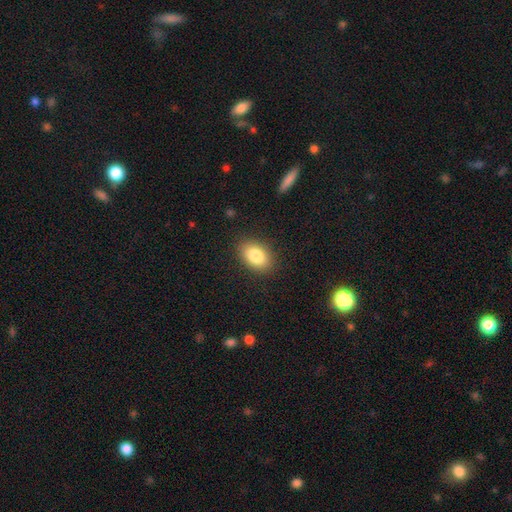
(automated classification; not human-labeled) Smooth or featured? Predicted: smooth (p=0.85). How rounded? Predicted: in between (p=0.87). Merging? Predicted: none (p=0.87).